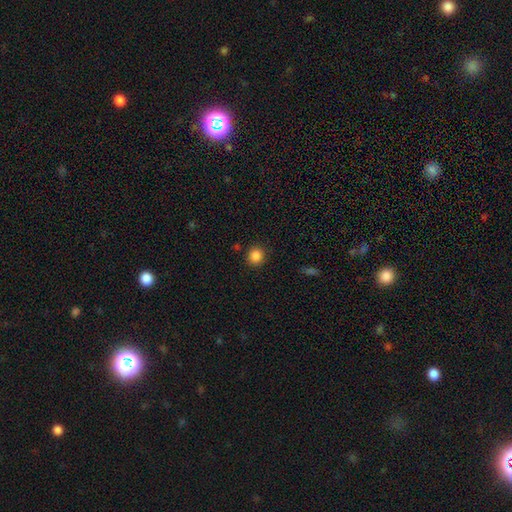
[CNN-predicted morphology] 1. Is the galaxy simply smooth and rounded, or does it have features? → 86% smooth, 11% star or artifact, 3% featured or disk.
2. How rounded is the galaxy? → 92% round, 7% in between, 1% cigar-shaped.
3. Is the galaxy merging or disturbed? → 89% none, 7% minor disturbance, 2% major disturbance, 2% merger.